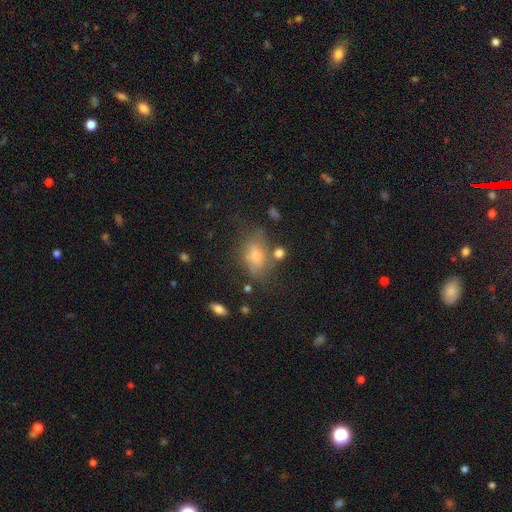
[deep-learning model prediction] Smooth or featured? Predicted: smooth (p=0.60). How rounded? Predicted: in between (p=0.79). Merging? Predicted: none (p=0.58).